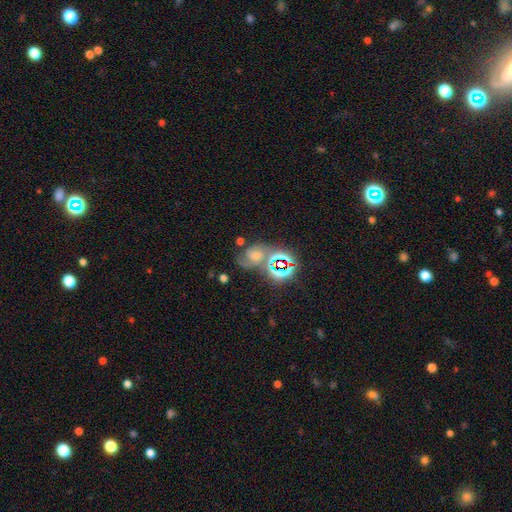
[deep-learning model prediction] The model was most divided on "smooth or featured": featured or disk: 45%, star or artifact: 40%, smooth: 16%. More confident: merging — none (52%).